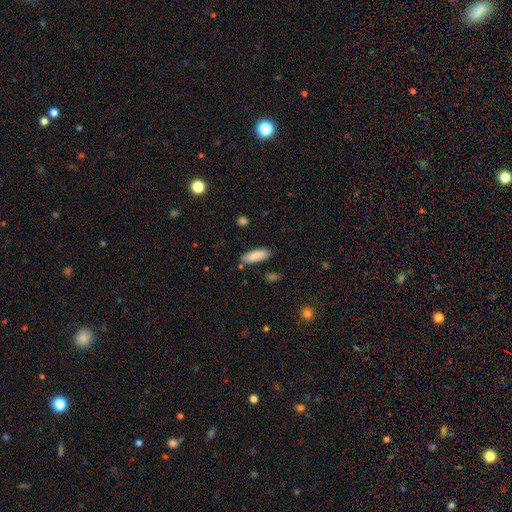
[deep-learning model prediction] smooth_or_featured: smooth (p=0.88) [alt: star or artifact p=0.06]
how_rounded: in between (p=0.68) [alt: cigar-shaped p=0.31]
merging: none (p=0.81) [alt: minor disturbance p=0.13]